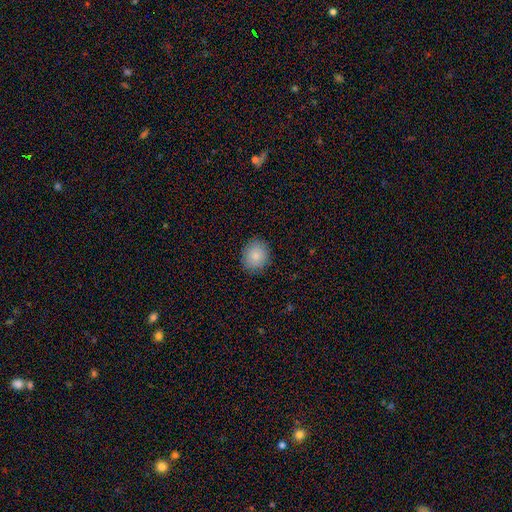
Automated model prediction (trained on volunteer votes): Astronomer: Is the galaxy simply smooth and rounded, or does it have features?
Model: smooth — 86%.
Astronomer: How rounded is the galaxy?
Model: round — 75%.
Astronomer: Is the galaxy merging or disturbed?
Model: none — 88%.